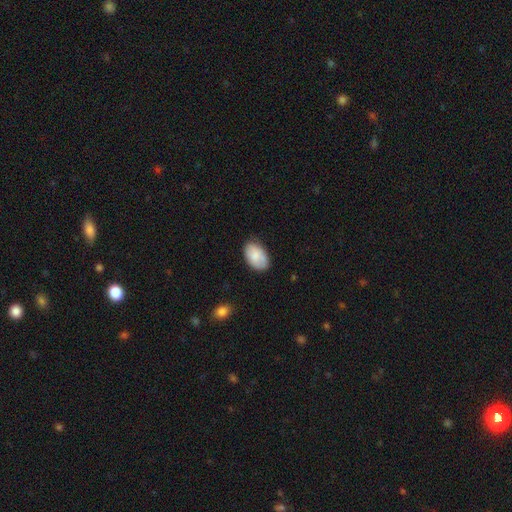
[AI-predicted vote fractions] A smooth galaxy with no disk features (81%) that is in between round and cigar-shaped (92%). Merging: none (75%).